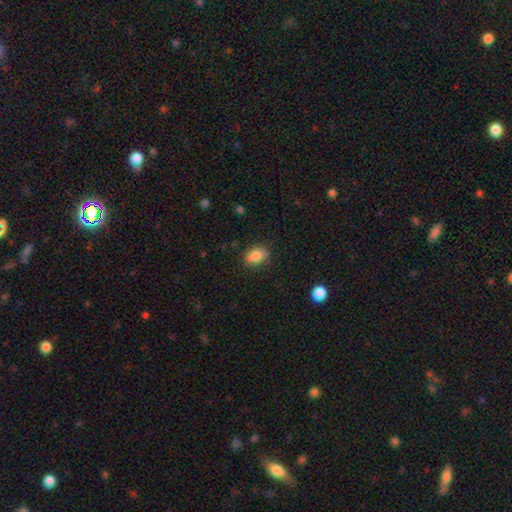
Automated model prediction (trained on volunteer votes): Smooth or featured? smooth (84%)
How rounded? in between (80%)
Merging? none (81%)